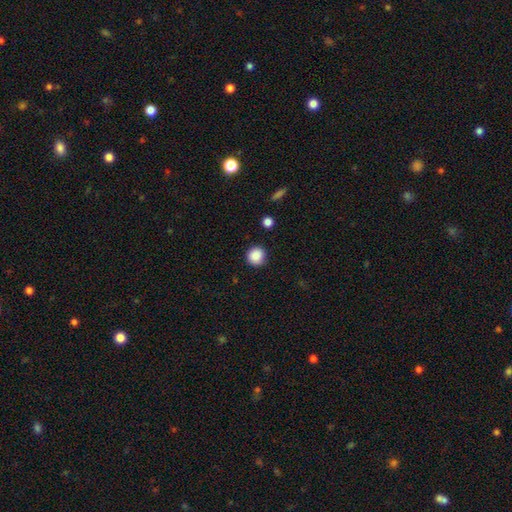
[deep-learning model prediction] smooth_or_featured: smooth (p=0.88) [alt: star or artifact p=0.09]
how_rounded: round (p=0.94) [alt: in between p=0.05]
merging: none (p=0.90) [alt: minor disturbance p=0.07]